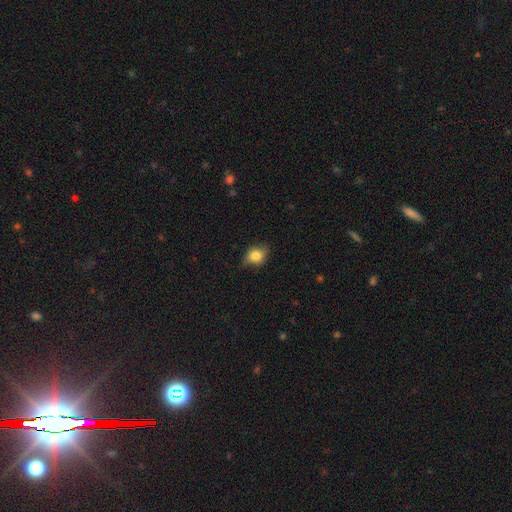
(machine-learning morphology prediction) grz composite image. It shows a smooth galaxy with no disk features (79%) that is round (53%). Merging: none (68%).